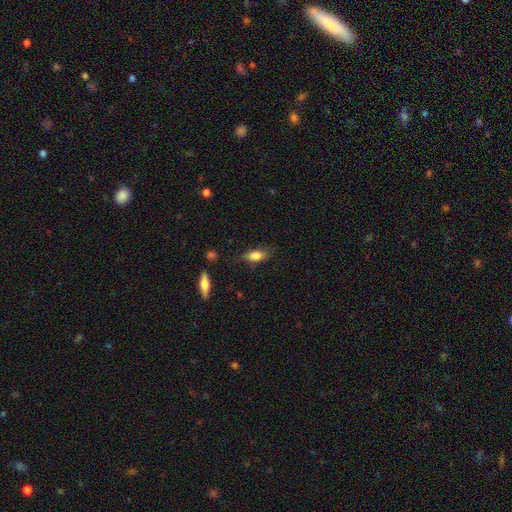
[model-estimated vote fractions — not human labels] Morphology: type=smooth (80%); roundness=in between (81%); merging=none (67%).